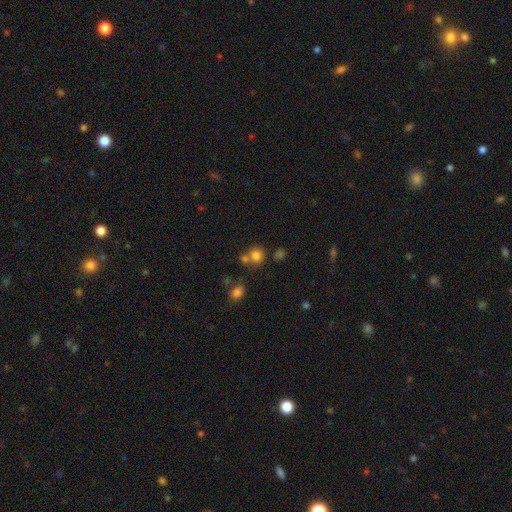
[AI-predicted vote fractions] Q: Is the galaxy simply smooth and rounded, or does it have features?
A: smooth — 78%.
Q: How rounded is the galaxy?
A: round — 84%.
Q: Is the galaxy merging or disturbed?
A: none — 60%.